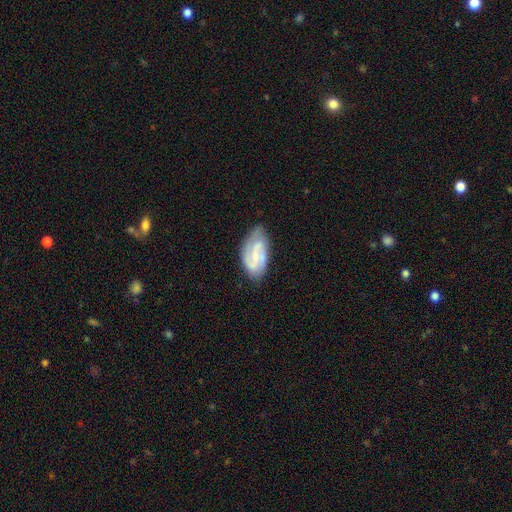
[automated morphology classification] smooth_or_featured: featured or disk (p=0.75) [alt: smooth p=0.19]
disk_edge_on: no (p=0.97) [alt: yes p=0.03]
bar: weak (p=0.49) [alt: no p=0.31]
has_spiral_arms: yes (p=0.93) [alt: no p=0.07]
spiral_winding: medium (p=0.46) [alt: tight p=0.36]
spiral_arm_count: 2 (p=0.71) [alt: can't tell p=0.13]
bulge_size: small (p=0.53) [alt: none p=0.28]
merging: none (p=0.70) [alt: minor disturbance p=0.22]